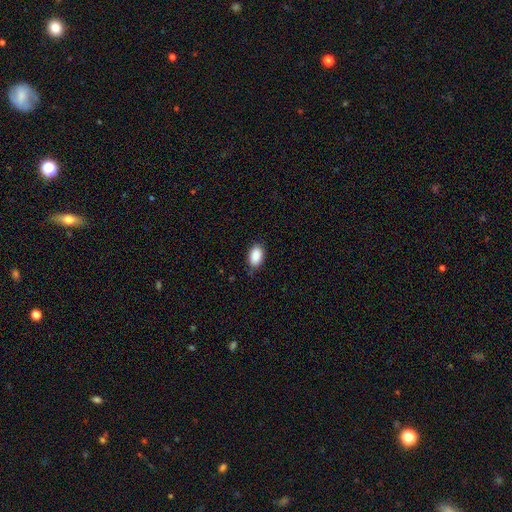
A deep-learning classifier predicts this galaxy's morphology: This appears to be a smooth galaxy with no disk features (90%) that is in between round and cigar-shaped (90%). Merging: none (80%).